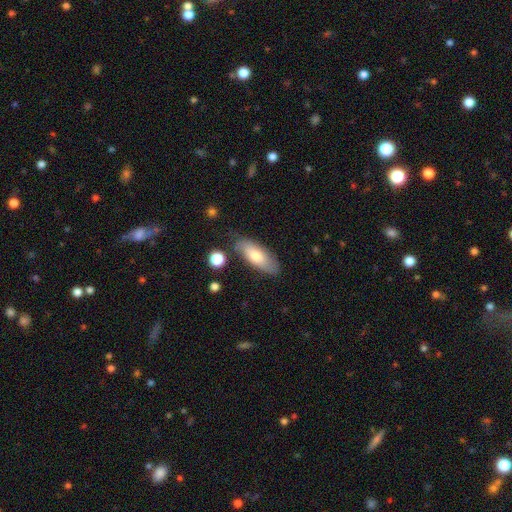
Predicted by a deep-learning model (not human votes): Smooth or featured? Predicted: smooth (p=0.69). How rounded? Predicted: in between (p=0.73). Merging? Predicted: none (p=0.76).